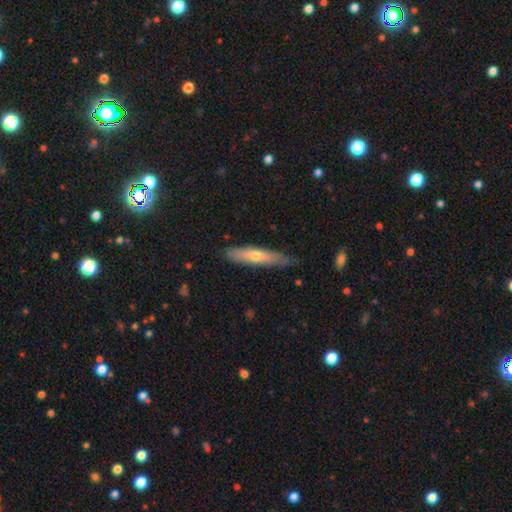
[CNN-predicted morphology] Smooth or featured? Predicted: smooth (p=0.55). How rounded? Predicted: cigar-shaped (p=0.83). Merging? Predicted: none (p=0.78).